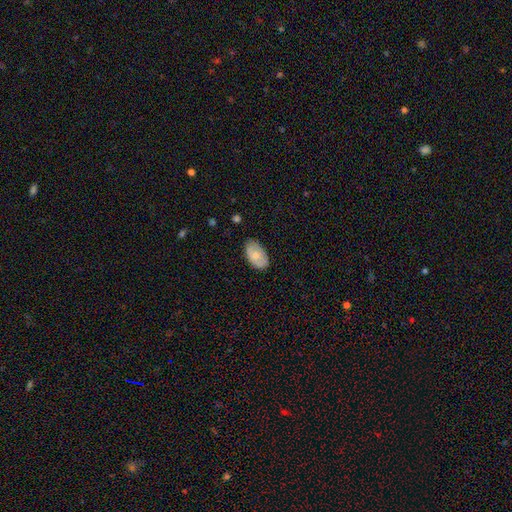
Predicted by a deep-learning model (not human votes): Smooth or featured?
  - smooth: 72% *
  - featured or disk: 22%
  - star or artifact: 6%
How rounded?
  - in between: 93% *
  - round: 5%
  - cigar-shaped: 1%
Merging?
  - none: 76% *
  - minor disturbance: 20%
  - major disturbance: 3%
  - merger: 1%